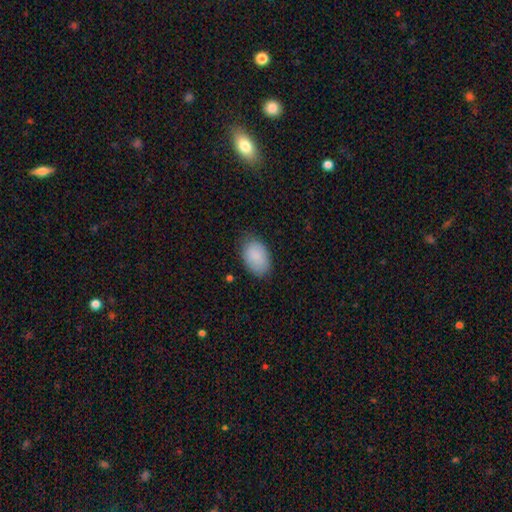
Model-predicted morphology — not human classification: smooth_or_featured: smooth (p=0.89) [alt: star or artifact p=0.06]
how_rounded: in between (p=0.92) [alt: round p=0.07]
merging: none (p=0.80) [alt: minor disturbance p=0.16]